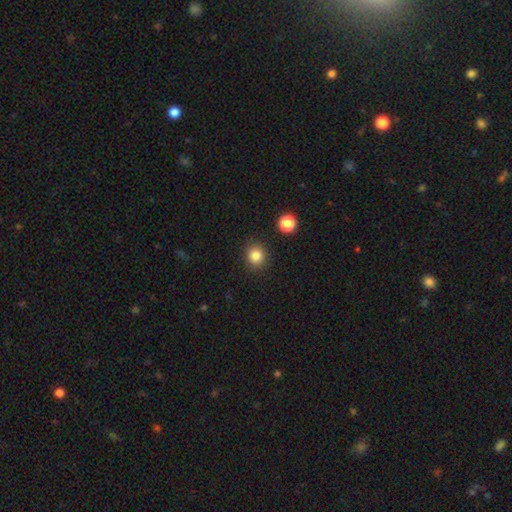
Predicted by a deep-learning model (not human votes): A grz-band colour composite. It shows a smooth galaxy with no disk features (85%) that is round (87%). Merging: none (89%).